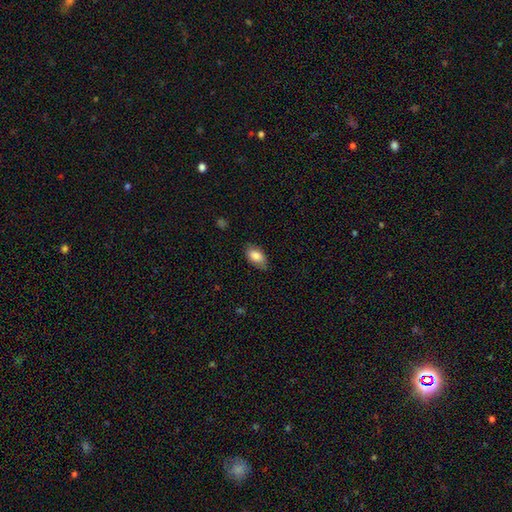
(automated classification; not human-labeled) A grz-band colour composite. It shows a smooth galaxy with no disk features (83%) that is in between round and cigar-shaped (92%). Merging: none (75%).